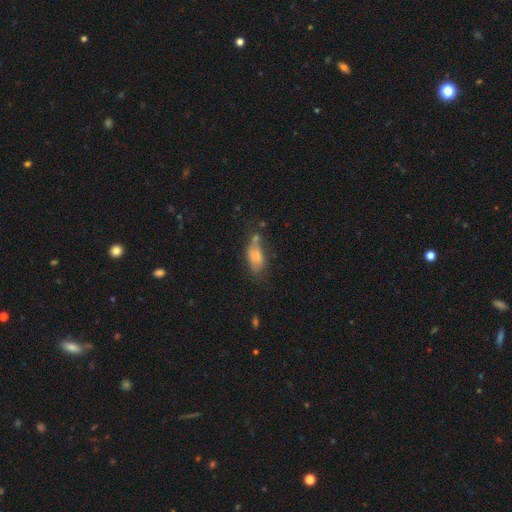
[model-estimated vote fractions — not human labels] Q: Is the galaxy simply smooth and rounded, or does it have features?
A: smooth — 64%.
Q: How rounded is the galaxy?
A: in between — 79%.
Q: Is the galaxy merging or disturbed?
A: none — 40%.